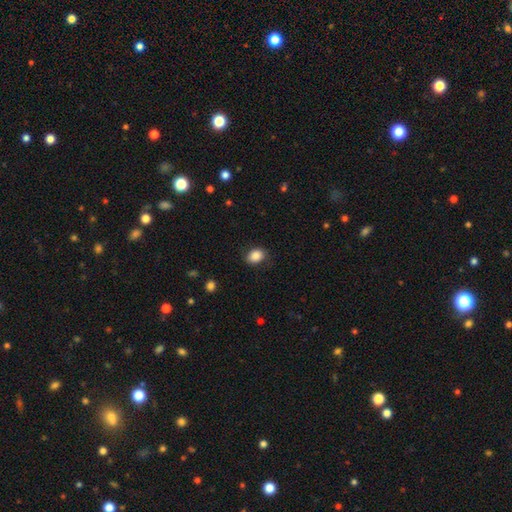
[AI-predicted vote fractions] smooth-or-featured: smooth: 86% | star or artifact: 8% | featured or disk: 6%
  how-rounded: in between: 65% | round: 34% | cigar-shaped: 1%
  merging: none: 80% | minor disturbance: 14% | major disturbance: 4% | merger: 1%